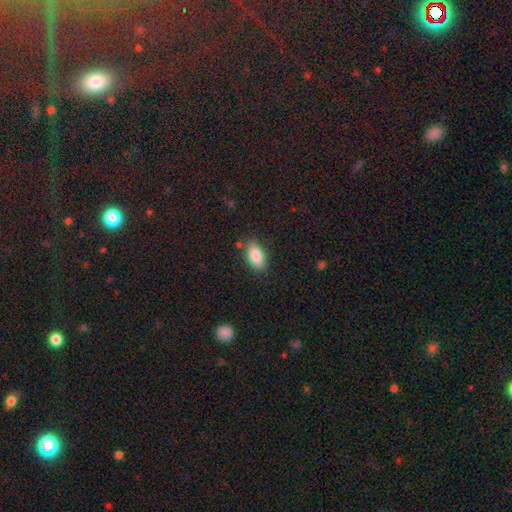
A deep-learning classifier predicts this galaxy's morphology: Smooth or featured? smooth (85%)
How rounded? in between (93%)
Merging? none (83%)